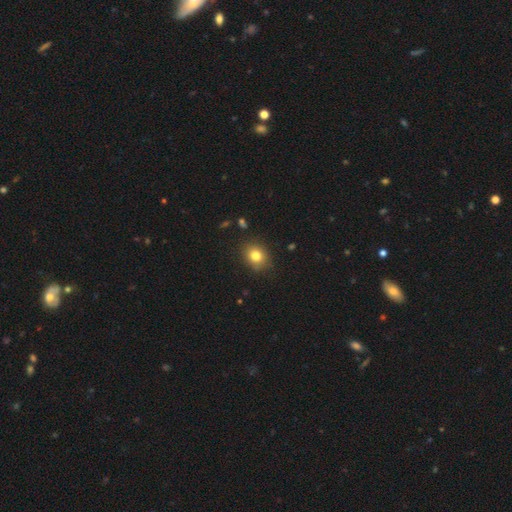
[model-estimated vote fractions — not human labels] Smooth or featured: smooth — 80% (star or artifact — 11%)
How rounded: round — 61% (in between — 38%)
Merging: none — 85% (minor disturbance — 11%)